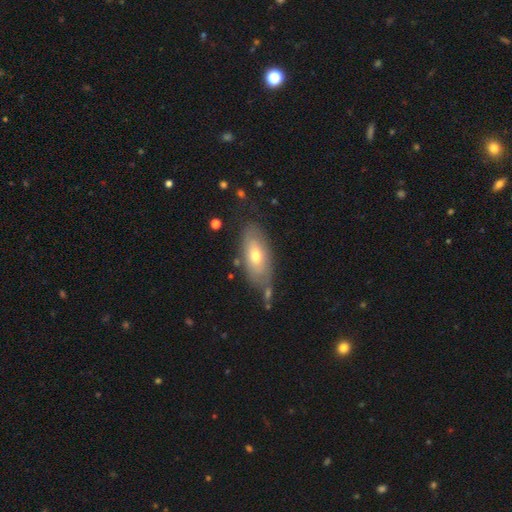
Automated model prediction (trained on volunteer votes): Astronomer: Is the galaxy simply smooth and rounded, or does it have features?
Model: smooth — 57% (runner-up: featured or disk, 36%).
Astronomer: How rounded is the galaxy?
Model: in between — 87%.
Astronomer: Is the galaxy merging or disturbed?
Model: none — 66%.